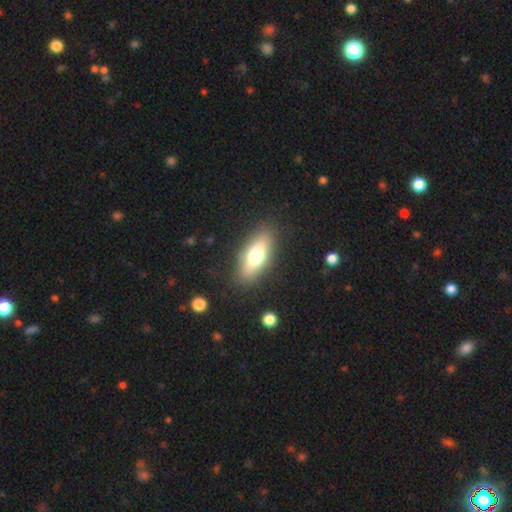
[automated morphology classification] This appears to be a smooth galaxy with no disk features (61%) that is in between round and cigar-shaped (70%). Merging: none (86%).